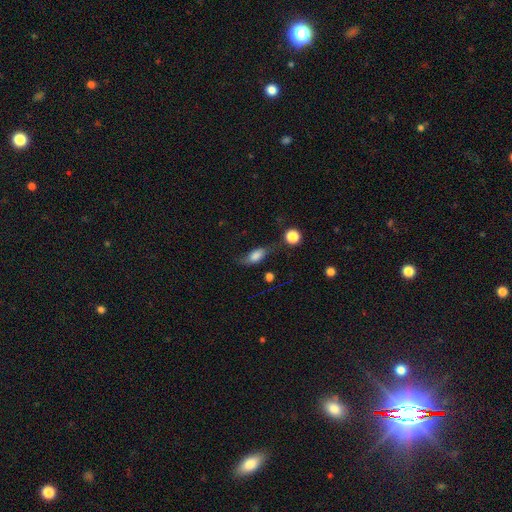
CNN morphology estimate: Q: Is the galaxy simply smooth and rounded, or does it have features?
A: smooth — 73%.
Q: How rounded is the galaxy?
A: in between — 81%.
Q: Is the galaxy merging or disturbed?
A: none — 52%.